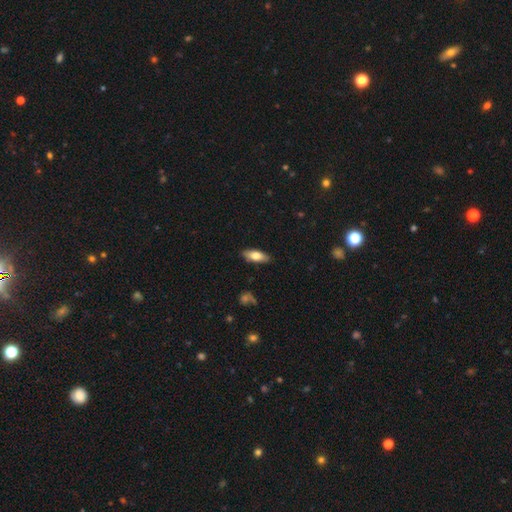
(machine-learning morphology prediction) smooth 73%, featured or disk 21%, star or artifact 6%. Down the decision tree: how rounded — in between (76%); merging — none (87%).